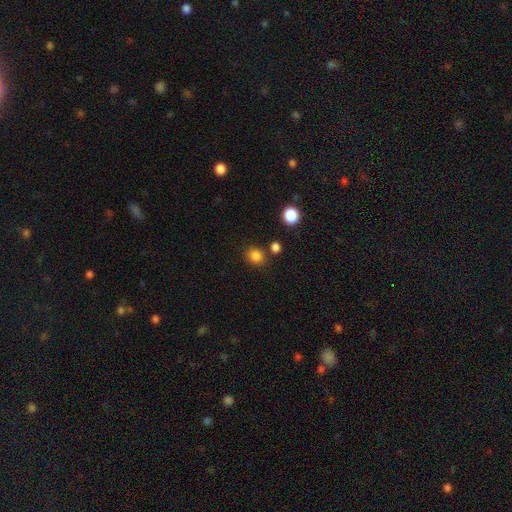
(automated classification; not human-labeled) A smooth galaxy with no disk features (83%) that is round (75%).

Vote fractions:
- Smooth or featured? smooth: 83% / star or artifact: 12% / featured or disk: 4%
- How rounded? round: 75% / in between: 24% / cigar-shaped: 1%
- Merging? none: 80% / minor disturbance: 9% / merger: 7% / major disturbance: 3%